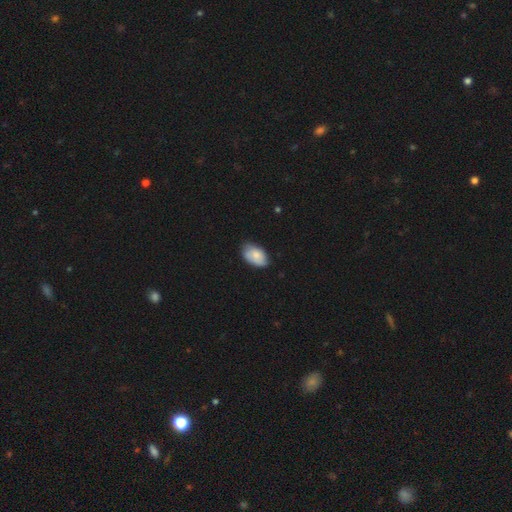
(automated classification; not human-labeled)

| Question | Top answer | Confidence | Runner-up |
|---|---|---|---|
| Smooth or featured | smooth | 76% | featured or disk (18%) |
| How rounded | in between | 92% | round (7%) |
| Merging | none | 66% | minor disturbance (28%) |